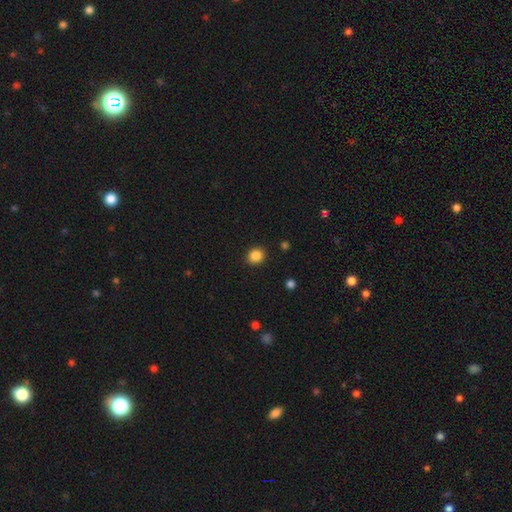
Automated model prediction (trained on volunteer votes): smooth-or-featured: smooth: 86% | star or artifact: 11% | featured or disk: 3%
  how-rounded: round: 81% | in between: 18% | cigar-shaped: 1%
  merging: none: 91% | minor disturbance: 6% | major disturbance: 2% | merger: 1%